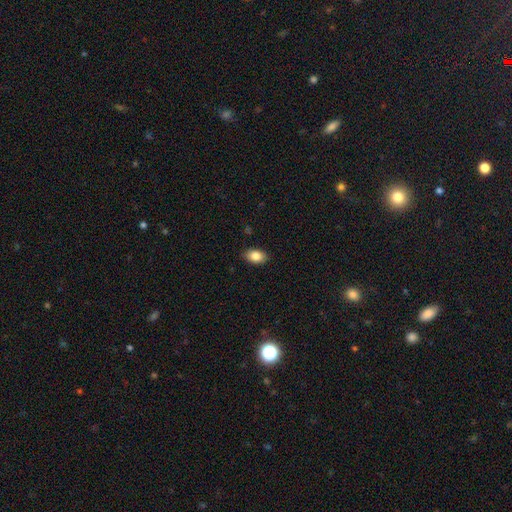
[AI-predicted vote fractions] Smooth or featured?
  - smooth: 85% *
  - star or artifact: 8%
  - featured or disk: 7%
How rounded?
  - in between: 87% *
  - round: 11%
  - cigar-shaped: 1%
Merging?
  - none: 88% *
  - minor disturbance: 9%
  - major disturbance: 2%
  - merger: 1%